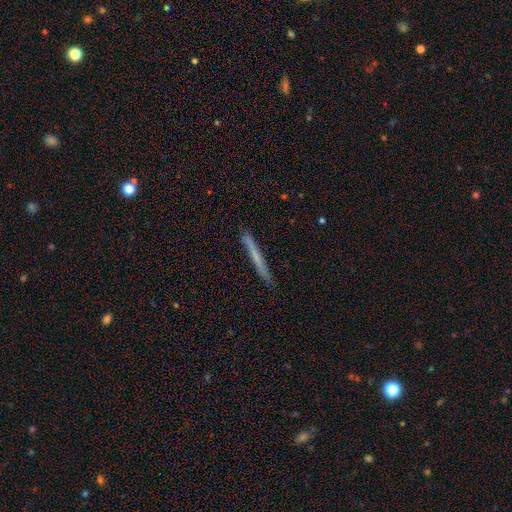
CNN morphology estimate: Smooth or featured? Predicted: smooth (p=0.58). How rounded? Predicted: cigar-shaped (p=0.97). Merging? Predicted: none (p=0.88).